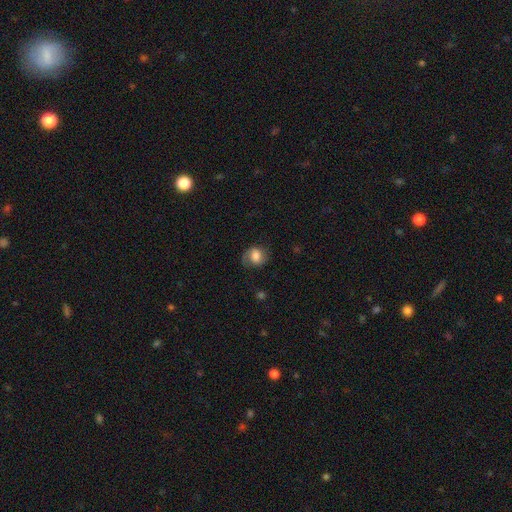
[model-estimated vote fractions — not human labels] The model was most divided on "how rounded": round: 58%, in between: 41%, cigar-shaped: 1%. More confident: merging — none (61%); smooth or featured — smooth (61%).